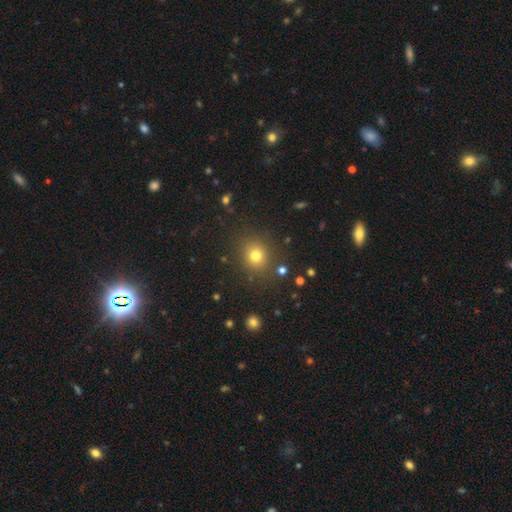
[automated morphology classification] Smooth or featured? Predicted: smooth (p=0.77). How rounded? Predicted: round (p=0.82). Merging? Predicted: none (p=0.86).